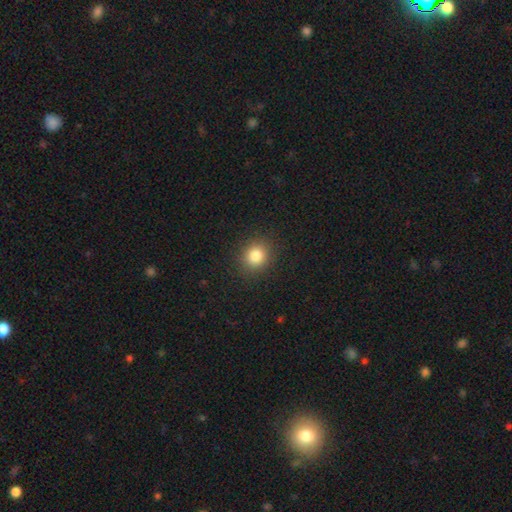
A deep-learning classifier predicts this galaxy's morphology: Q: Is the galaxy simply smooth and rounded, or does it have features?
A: smooth — 83%.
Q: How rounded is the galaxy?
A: round — 79%.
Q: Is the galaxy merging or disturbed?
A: none — 90%.